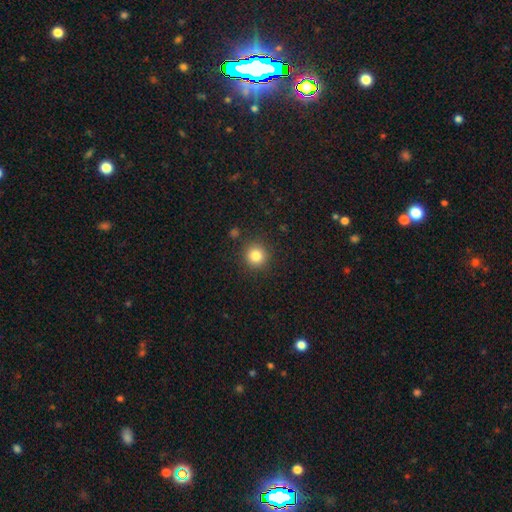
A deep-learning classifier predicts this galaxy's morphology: Smooth or featured? smooth (83%)
How rounded? round (94%)
Merging? none (89%)